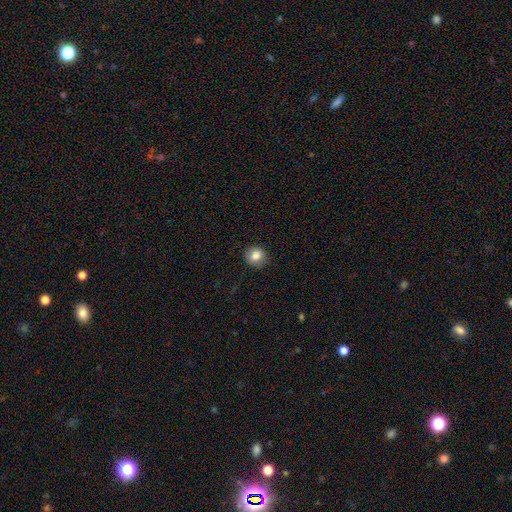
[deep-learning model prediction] Smooth or featured? Predicted: smooth (p=0.84). How rounded? Predicted: round (p=0.80). Merging? Predicted: none (p=0.87).